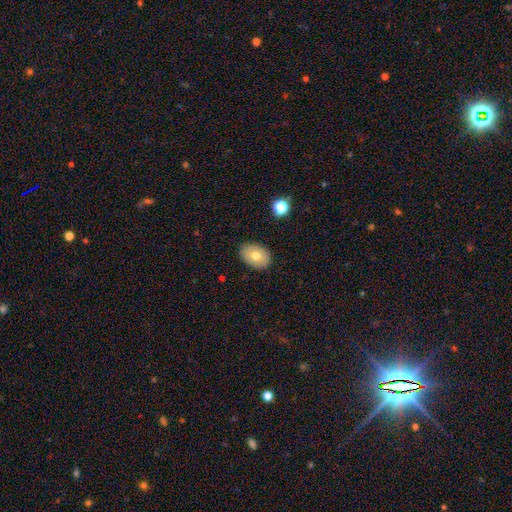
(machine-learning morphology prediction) A smooth galaxy with no disk features (69%) that is in between round and cigar-shaped (79%).

Vote fractions:
- Smooth or featured? smooth: 69% / featured or disk: 23% / star or artifact: 8%
- How rounded? in between: 79% / round: 20% / cigar-shaped: 1%
- Merging? none: 88% / minor disturbance: 9% / major disturbance: 2% / merger: 1%